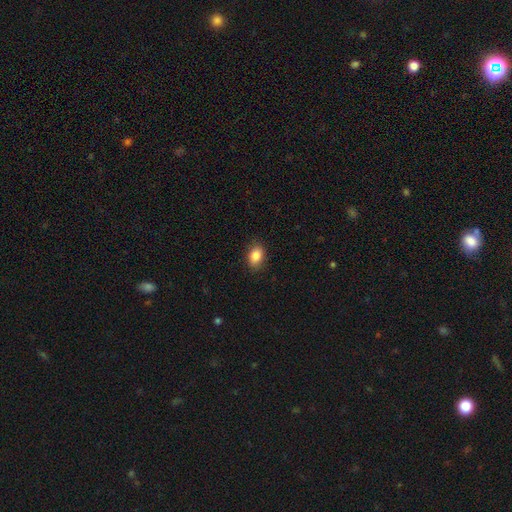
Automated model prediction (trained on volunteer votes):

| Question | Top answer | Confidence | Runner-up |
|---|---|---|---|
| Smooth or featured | smooth | 86% | star or artifact (8%) |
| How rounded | in between | 81% | round (18%) |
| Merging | none | 86% | minor disturbance (10%) |